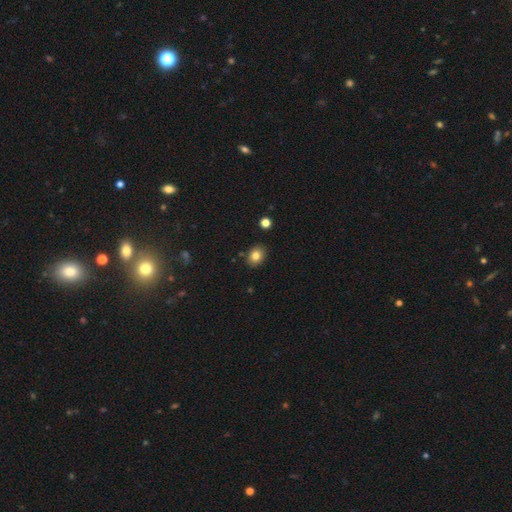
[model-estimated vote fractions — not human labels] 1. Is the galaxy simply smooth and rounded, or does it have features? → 81% smooth, 10% star or artifact, 8% featured or disk.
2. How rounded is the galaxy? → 50% round (tied), 50% in between (tied), 1% cigar-shaped.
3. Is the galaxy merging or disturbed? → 87% none, 9% minor disturbance, 2% merger, 2% major disturbance.